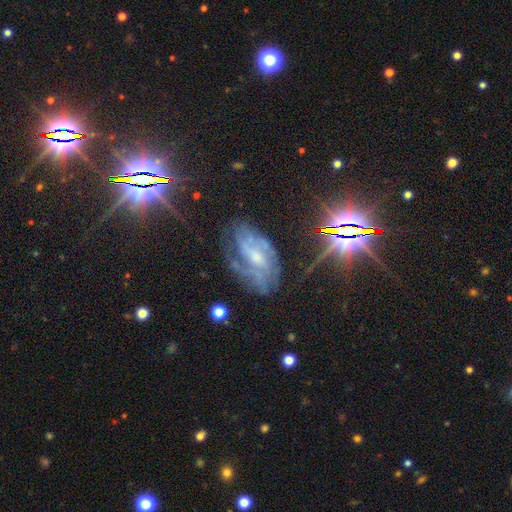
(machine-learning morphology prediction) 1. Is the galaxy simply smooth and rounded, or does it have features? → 72% featured or disk, 17% star or artifact, 12% smooth.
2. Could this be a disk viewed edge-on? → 94% no, 6% yes.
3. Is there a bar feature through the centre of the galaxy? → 50% no, 39% weak, 11% strong.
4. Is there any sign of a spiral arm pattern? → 88% yes, 12% no.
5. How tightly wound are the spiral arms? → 42% tight (tied), 42% medium (tied), 17% loose.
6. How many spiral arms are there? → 38% can't tell, 27% 2, 18% 3, 7% 4, 6% 1, 4% more than 4.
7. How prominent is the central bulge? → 48% small, 39% moderate, 8% none, 3% large, 1% dominant.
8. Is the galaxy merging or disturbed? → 57% none, 23% minor disturbance, 17% major disturbance, 3% merger.